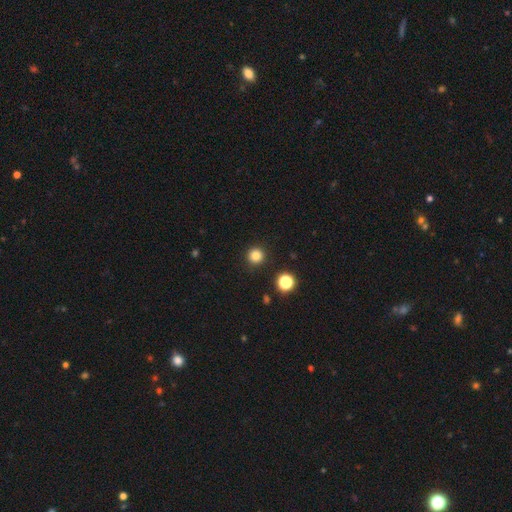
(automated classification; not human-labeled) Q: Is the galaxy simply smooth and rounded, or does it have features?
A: smooth — 82%.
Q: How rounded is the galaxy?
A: round — 95%.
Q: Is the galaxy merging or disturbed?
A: none — 92%.